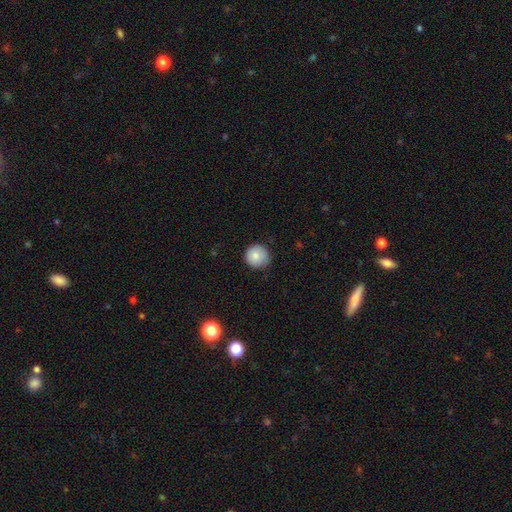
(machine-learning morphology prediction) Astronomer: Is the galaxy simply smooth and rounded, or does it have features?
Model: smooth — 82%.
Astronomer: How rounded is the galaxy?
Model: round — 95%.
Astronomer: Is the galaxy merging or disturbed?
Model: none — 84%.